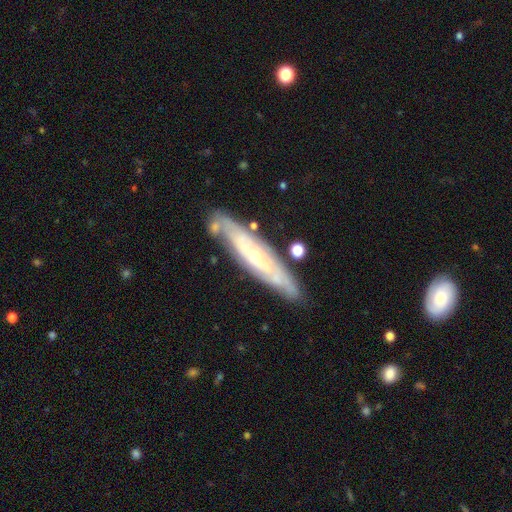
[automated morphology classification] smooth_or_featured: featured or disk (p=0.77) [alt: smooth p=0.17]
disk_edge_on: no (p=0.58) [alt: yes p=0.42]
merging: none (p=0.79) [alt: minor disturbance p=0.14]